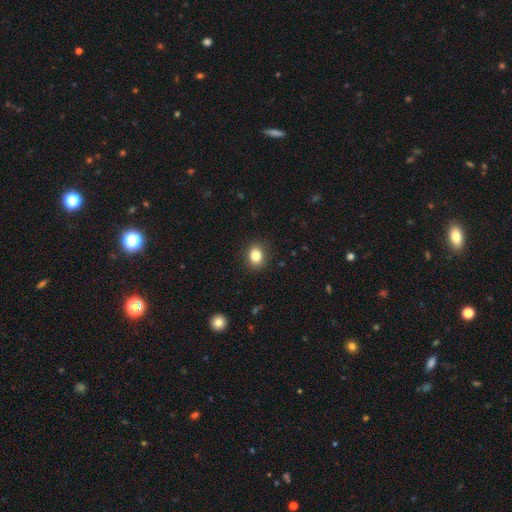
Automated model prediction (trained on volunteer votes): A smooth galaxy with no disk features (84%) that is round (53%).

Vote fractions:
- Smooth or featured? smooth: 84% / star or artifact: 10% / featured or disk: 6%
- How rounded? round: 53% / in between: 46% / cigar-shaped: 1%
- Merging? none: 89% / minor disturbance: 8% / major disturbance: 2% / merger: 1%